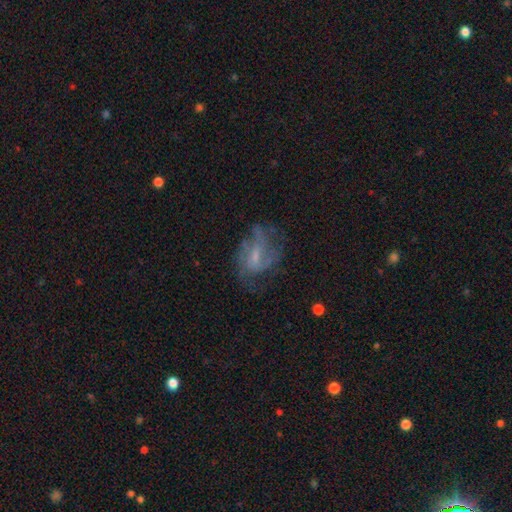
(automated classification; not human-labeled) The model was most divided on "bar": weak: 47%, no: 42%, strong: 11%. Remaining: edge-on disk — no (97%); spiral arms — yes (72%); smooth or featured — featured or disk (67%); bulge size — small (50%); merging — none (47%).